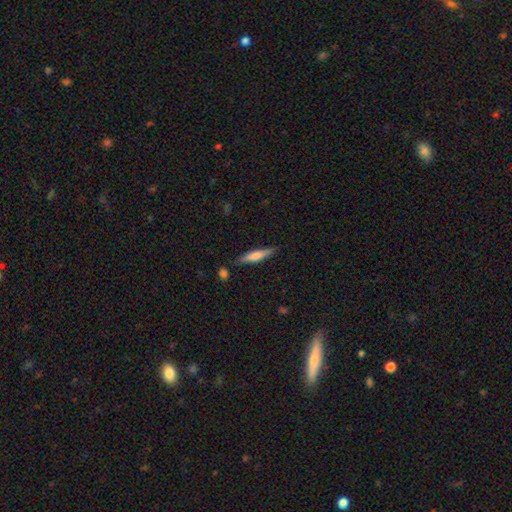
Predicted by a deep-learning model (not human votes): Morphology: type=smooth (60%); roundness=cigar-shaped (87%); merging=none (85%).